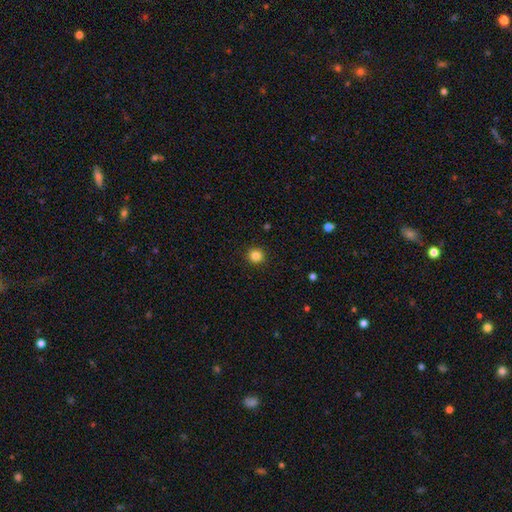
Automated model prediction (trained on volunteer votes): A smooth galaxy with no disk features (84%) that is round (94%).

Vote fractions:
- Smooth or featured? smooth: 84% / star or artifact: 12% / featured or disk: 4%
- How rounded? round: 94% / in between: 5% / cigar-shaped: 1%
- Merging? none: 92% / minor disturbance: 5% / major disturbance: 2% / merger: 1%